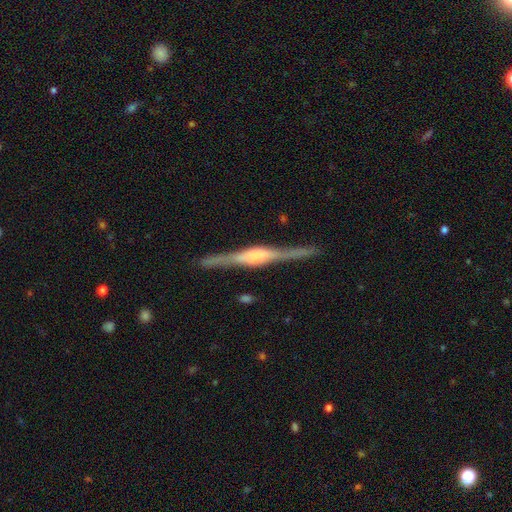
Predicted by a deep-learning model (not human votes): smooth_or_featured: featured or disk (p=0.85) [alt: smooth p=0.10]
disk_edge_on: yes (p=0.98) [alt: no p=0.02]
edge_on_bulge: rounded (p=0.57) [alt: boxy p=0.38]
merging: none (p=0.87) [alt: minor disturbance p=0.09]